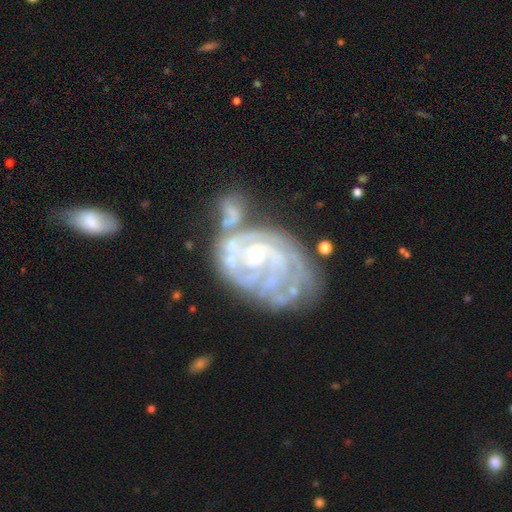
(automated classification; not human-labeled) smooth-or-featured: featured or disk: 85% | smooth: 8% | star or artifact: 6%
  disk-edge-on: no: 98% | yes: 2%
    bar: no: 69% | weak: 25% | strong: 6%
    has-spiral-arms: yes: 91% | no: 9%
      spiral-winding: tight: 69% | medium: 24% | loose: 7%
      spiral-arm-count: can't tell: 37% | 2: 25% | 3: 18% | 4: 9% | 1: 7% | more than 4: 5%
    bulge-size: small: 59% | moderate: 31% | none: 6% | large: 3% | dominant: 1%
  merging: none: 33% | merger: 25% | minor disturbance: 22% | major disturbance: 20%